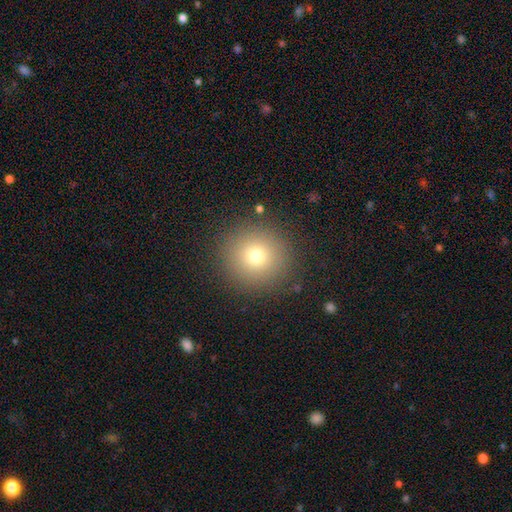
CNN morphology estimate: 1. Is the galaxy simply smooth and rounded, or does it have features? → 75% smooth, 15% star or artifact, 11% featured or disk.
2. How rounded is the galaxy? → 94% round, 5% in between, 1% cigar-shaped.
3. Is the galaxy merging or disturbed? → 89% none, 6% minor disturbance, 3% major disturbance, 1% merger.